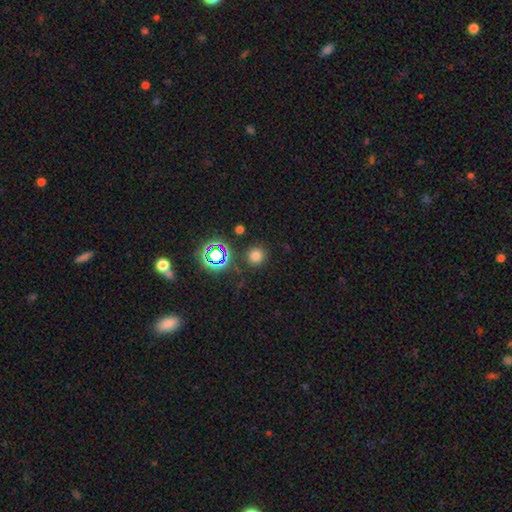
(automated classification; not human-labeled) A smooth galaxy with no disk features (70%) that is round (93%).

Vote fractions:
- Smooth or featured? smooth: 70% / star or artifact: 24% / featured or disk: 6%
- How rounded? round: 93% / in between: 6% / cigar-shaped: 1%
- Merging? none: 86% / minor disturbance: 8% / major disturbance: 3% / merger: 3%